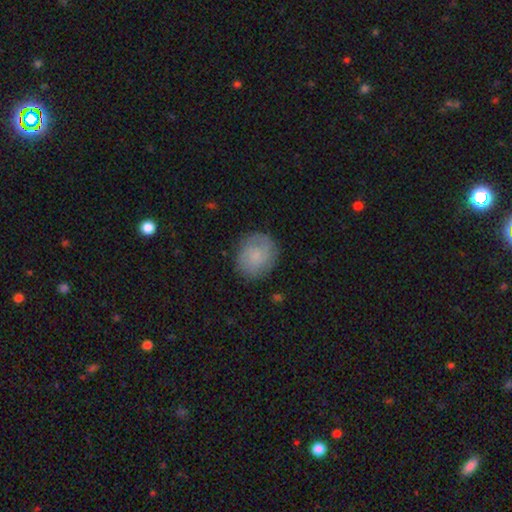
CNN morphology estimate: Smooth or featured: smooth — 68% (featured or disk — 24%)
How rounded: round — 71% (in between — 28%)
Merging: none — 80% (minor disturbance — 14%)